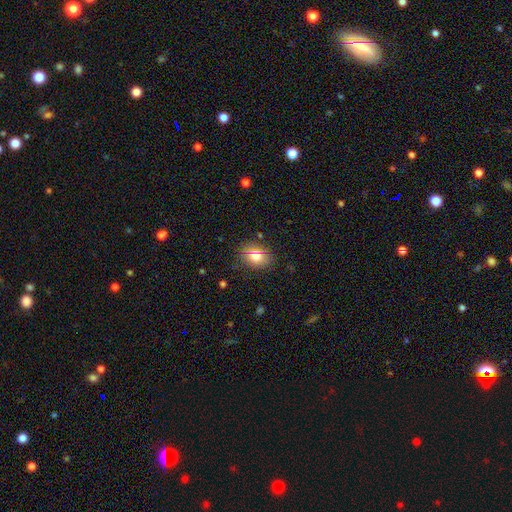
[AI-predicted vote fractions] A smooth galaxy with no disk features (77%) that is in between round and cigar-shaped (62%).

Vote fractions:
- Smooth or featured? smooth: 77% / featured or disk: 12% / star or artifact: 12%
- How rounded? in between: 62% / round: 37% / cigar-shaped: 1%
- Merging? none: 83% / minor disturbance: 12% / major disturbance: 3% / merger: 1%